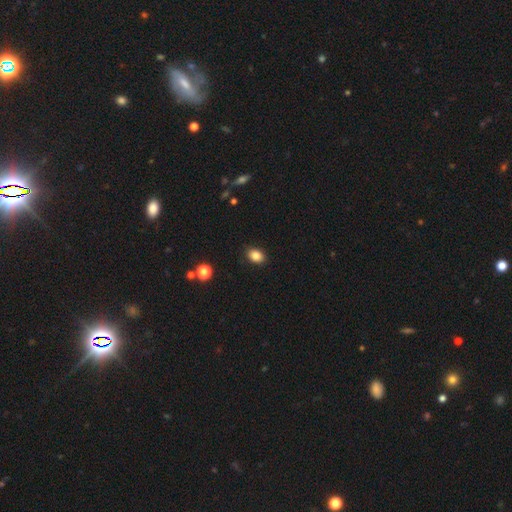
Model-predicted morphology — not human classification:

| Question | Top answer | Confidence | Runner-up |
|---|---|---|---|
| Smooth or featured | smooth | 85% | star or artifact (10%) |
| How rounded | in between | 73% | round (26%) |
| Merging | none | 89% | minor disturbance (8%) |